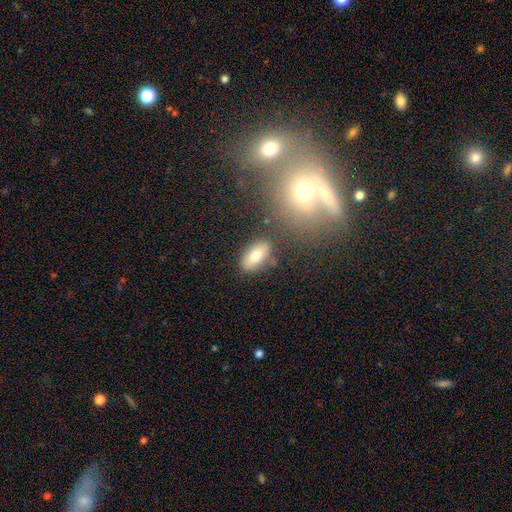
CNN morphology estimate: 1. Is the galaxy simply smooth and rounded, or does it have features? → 73% smooth, 18% featured or disk, 9% star or artifact.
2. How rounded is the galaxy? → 87% in between, 7% cigar-shaped, 6% round.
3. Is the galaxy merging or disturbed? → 76% none, 13% minor disturbance, 7% merger, 4% major disturbance.